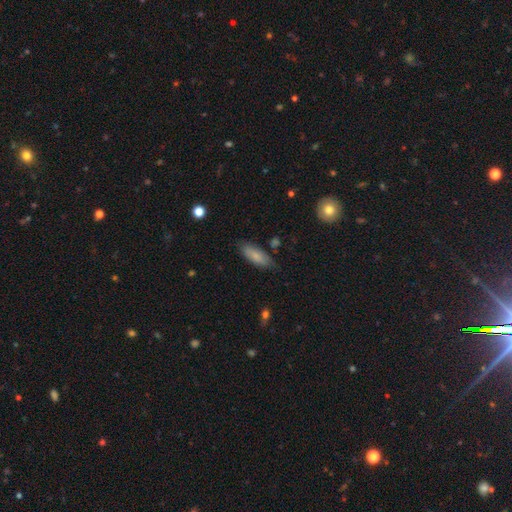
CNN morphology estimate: Q: Smooth or featured?
A: smooth (80%); runner-up: featured or disk (13%)
Q: How rounded?
A: in between (68%); runner-up: cigar-shaped (30%)
Q: Merging?
A: none (78%); runner-up: minor disturbance (17%)